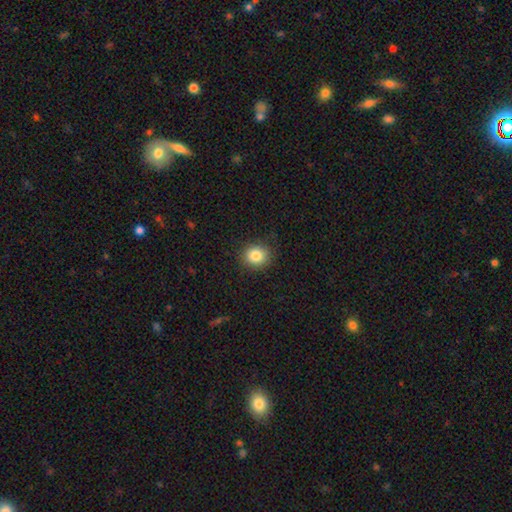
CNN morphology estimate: smooth_or_featured: smooth (p=0.84) [alt: star or artifact p=0.10]
how_rounded: round (p=0.81) [alt: in between p=0.18]
merging: none (p=0.88) [alt: minor disturbance p=0.09]